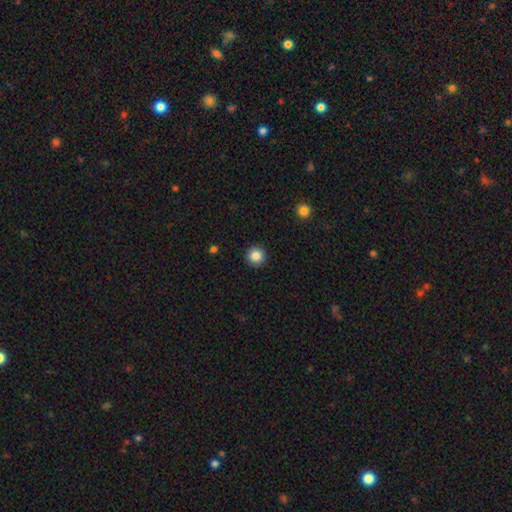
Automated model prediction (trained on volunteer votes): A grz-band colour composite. It shows a smooth galaxy with no disk features (86%) that is round (96%). Merging: none (93%).